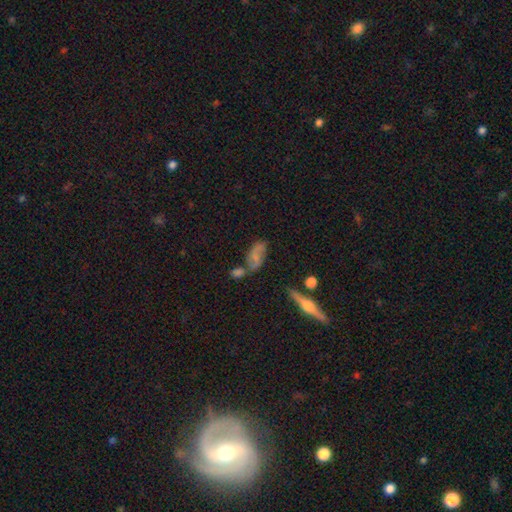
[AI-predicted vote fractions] Q: Smooth or featured?
A: smooth (46%); runner-up: featured or disk (44%)
Q: Merging?
A: none (50%); runner-up: merger (22%)